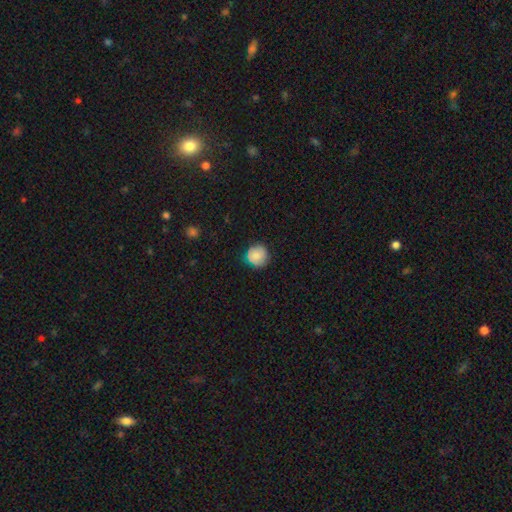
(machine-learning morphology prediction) Smooth or featured?
  - smooth: 82% *
  - featured or disk: 9%
  - star or artifact: 9%
How rounded?
  - round: 93% *
  - in between: 7%
  - cigar-shaped: 1%
Merging?
  - none: 82% *
  - minor disturbance: 14%
  - major disturbance: 3%
  - merger: 1%